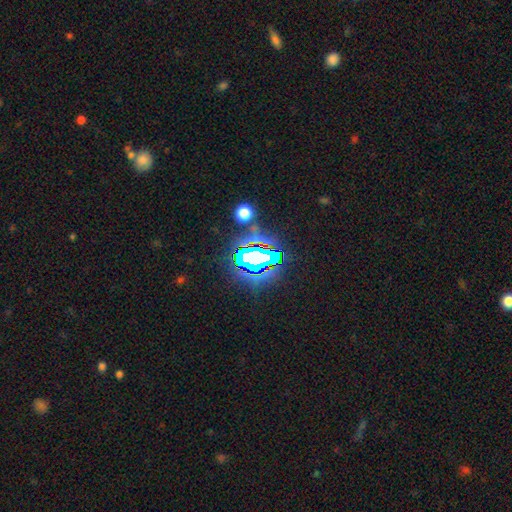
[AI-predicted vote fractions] smooth_or_featured: star or artifact (p=0.68) [alt: smooth p=0.18]